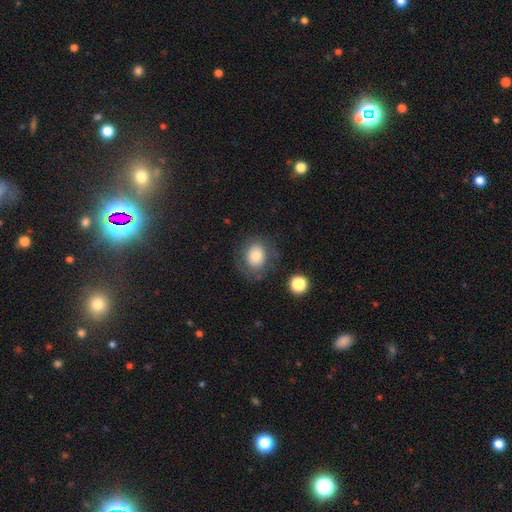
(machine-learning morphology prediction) Smooth or featured?
  - smooth: 68% *
  - featured or disk: 22%
  - star or artifact: 10%
How rounded?
  - round: 65% *
  - in between: 34%
  - cigar-shaped: 1%
Merging?
  - none: 68% *
  - minor disturbance: 18%
  - major disturbance: 12%
  - merger: 3%